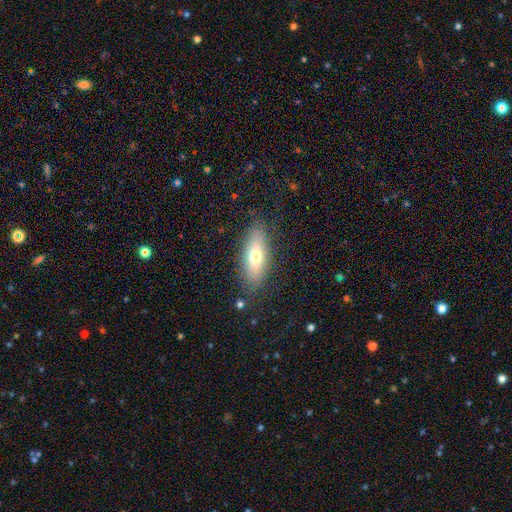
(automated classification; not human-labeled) A smooth galaxy with no disk features (62%) that is in between round and cigar-shaped (59%).

Vote fractions:
- Smooth or featured? smooth: 62% / featured or disk: 30% / star or artifact: 8%
- How rounded? in between: 59% / cigar-shaped: 39% / round: 3%
- Merging? none: 84% / minor disturbance: 12% / major disturbance: 3% / merger: 1%